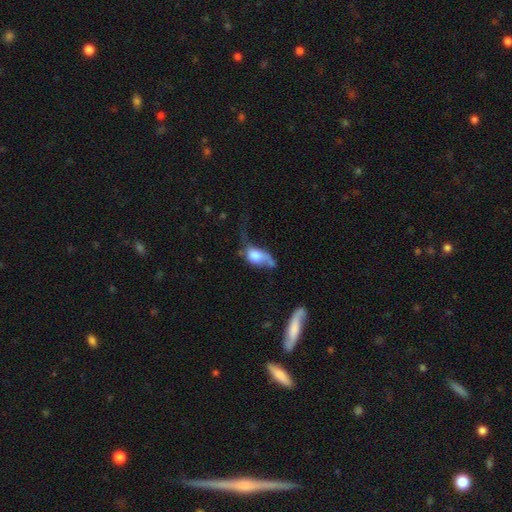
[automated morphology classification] Smooth or featured? Predicted: smooth (p=0.59). How rounded? Predicted: in between (p=0.74). Merging? Predicted: major disturbance (p=0.44).